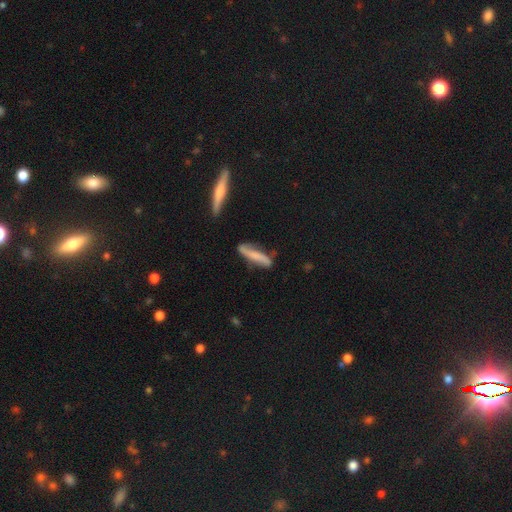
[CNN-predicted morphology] smooth-or-featured: featured or disk: 48% | smooth: 45% | star or artifact: 7%
  merging: none: 66% | minor disturbance: 24% | major disturbance: 6% | merger: 4%